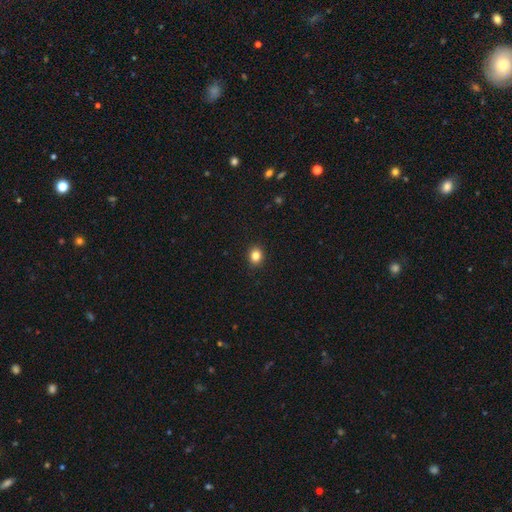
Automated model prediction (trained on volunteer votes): This appears to be a smooth galaxy with no disk features (83%) that is round (65%). Merging: none (91%).